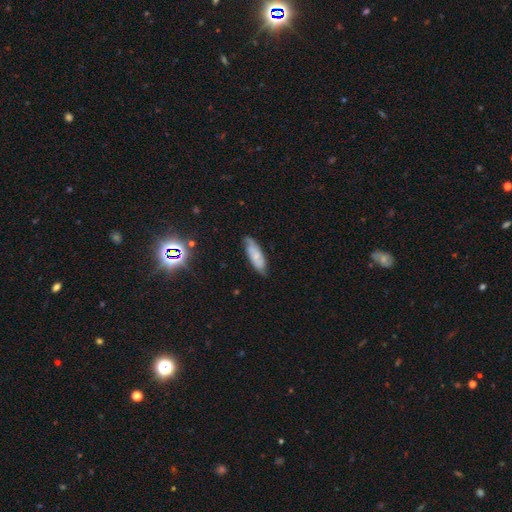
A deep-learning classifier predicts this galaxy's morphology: Overall: featured or disk (51%; smooth 41%). Edge-on disk: no (85%). Merging: none (71%).